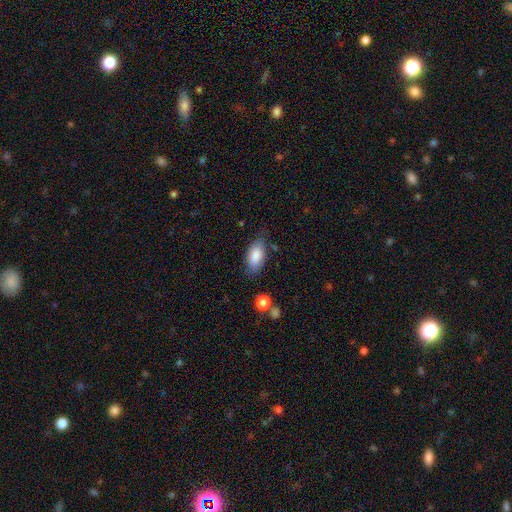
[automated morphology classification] Q: Smooth or featured?
A: smooth (86%); runner-up: featured or disk (8%)
Q: How rounded?
A: in between (91%); runner-up: cigar-shaped (6%)
Q: Merging?
A: none (73%); runner-up: minor disturbance (19%)